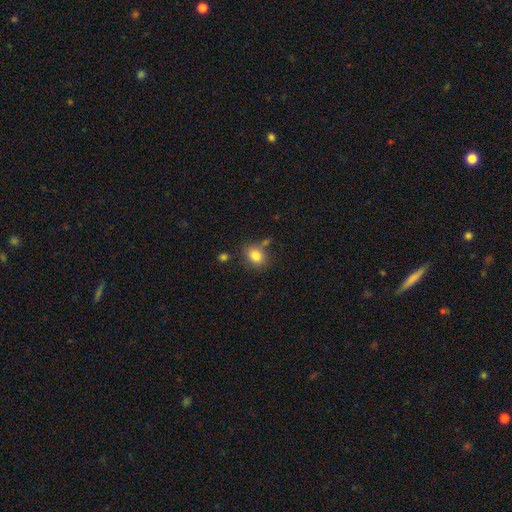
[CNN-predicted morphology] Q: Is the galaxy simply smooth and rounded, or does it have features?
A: smooth — 82%.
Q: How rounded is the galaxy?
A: in between — 52%.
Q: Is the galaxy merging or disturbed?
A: none — 71%.